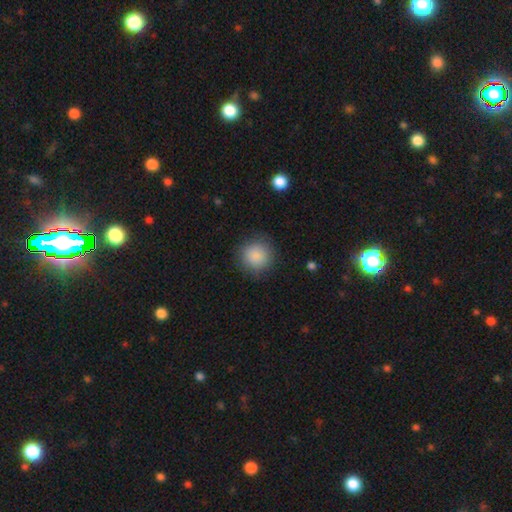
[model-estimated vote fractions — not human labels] Q: Smooth or featured?
A: smooth (88%); runner-up: star or artifact (8%)
Q: How rounded?
A: round (93%); runner-up: in between (6%)
Q: Merging?
A: none (86%); runner-up: minor disturbance (9%)